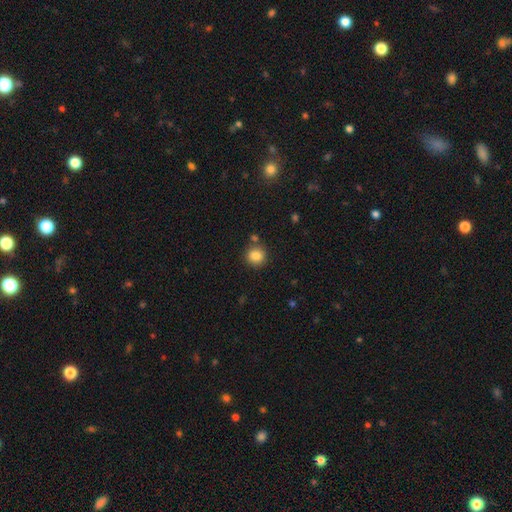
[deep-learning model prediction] A smooth galaxy with no disk features (85%) that is round (89%). Merging: none (80%).